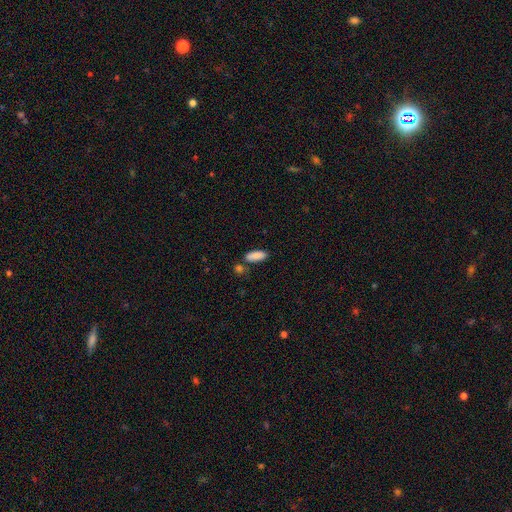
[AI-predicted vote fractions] smooth 87%, star or artifact 7%, featured or disk 6%. Down the decision tree: how rounded — in between (75%); merging — none (70%).